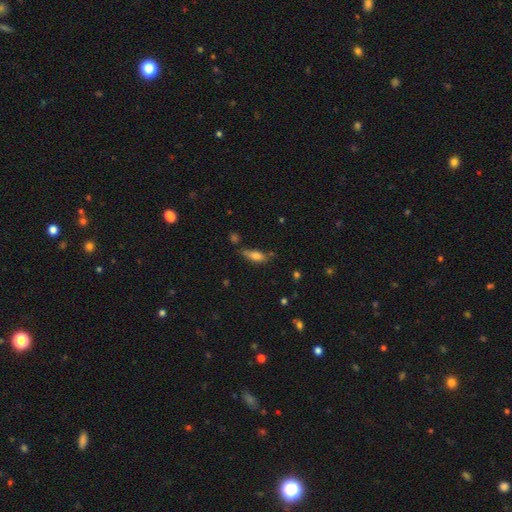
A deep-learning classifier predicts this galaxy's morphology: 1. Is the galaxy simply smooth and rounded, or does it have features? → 75% smooth, 17% featured or disk, 9% star or artifact.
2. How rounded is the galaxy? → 67% in between, 30% cigar-shaped, 3% round.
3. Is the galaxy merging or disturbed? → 58% none, 27% minor disturbance, 8% major disturbance, 7% merger.